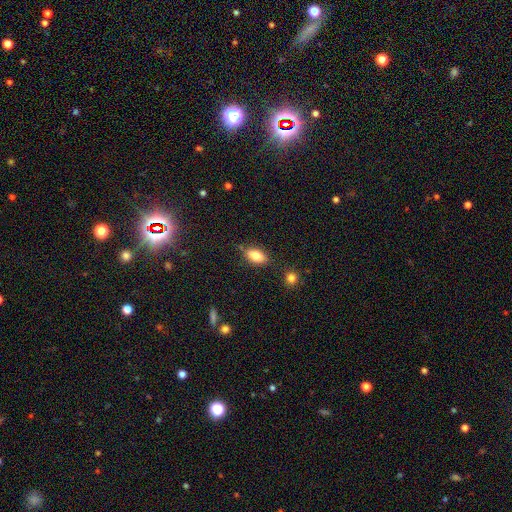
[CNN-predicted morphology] smooth-or-featured: smooth: 83% | featured or disk: 9% | star or artifact: 8%
  how-rounded: in between: 89% | cigar-shaped: 6% | round: 5%
  merging: none: 79% | minor disturbance: 14% | merger: 4% | major disturbance: 3%